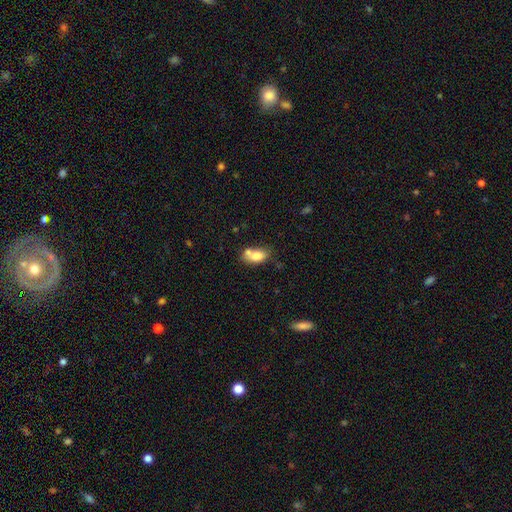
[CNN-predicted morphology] This appears to be a smooth galaxy with no disk features (76%) that is in between round and cigar-shaped (86%). Merging: none (43%).